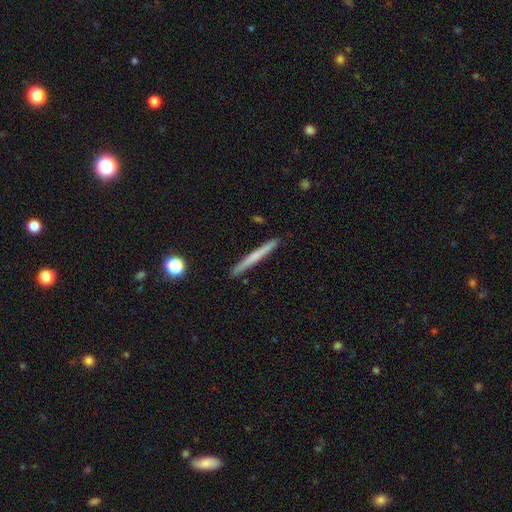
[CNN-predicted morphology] smooth-or-featured: smooth: 53% | featured or disk: 41% | star or artifact: 6%
  how-rounded: cigar-shaped: 97% | in between: 2% | round: 1%
  merging: none: 92% | minor disturbance: 6% | major disturbance: 1% | merger: 1%